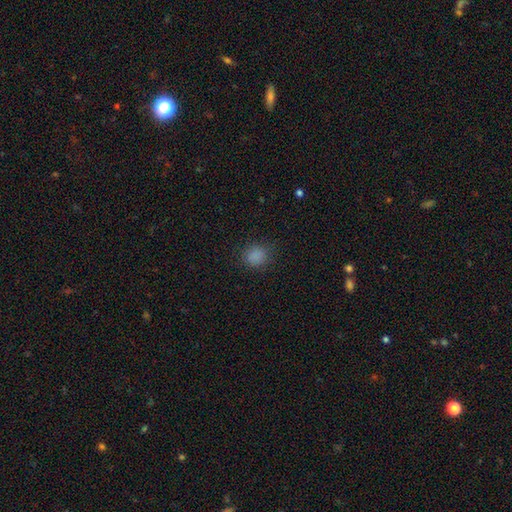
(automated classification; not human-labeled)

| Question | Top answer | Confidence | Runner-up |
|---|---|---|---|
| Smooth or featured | smooth | 84% | star or artifact (13%) |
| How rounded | round | 81% | in between (19%) |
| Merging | none | 85% | minor disturbance (11%) |